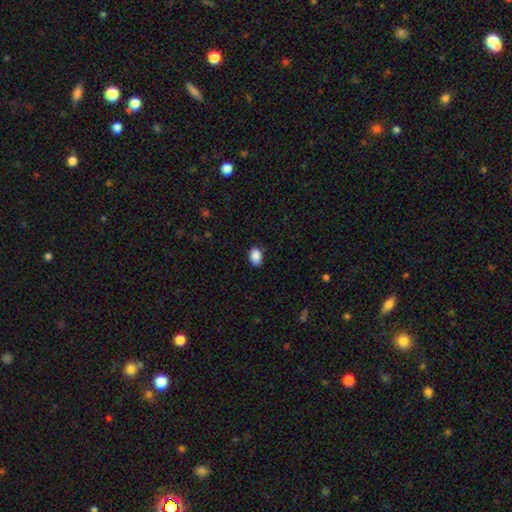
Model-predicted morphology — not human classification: smooth-or-featured: smooth: 89% | star or artifact: 8% | featured or disk: 3%
  how-rounded: in between: 85% | round: 14% | cigar-shaped: 1%
  merging: none: 83% | minor disturbance: 14% | major disturbance: 2% | merger: 1%